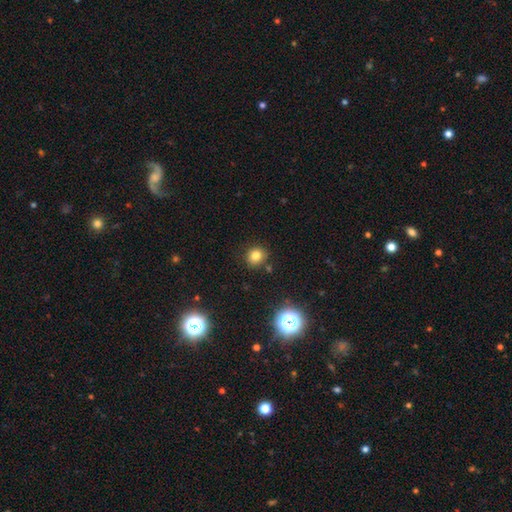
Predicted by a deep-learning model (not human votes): A smooth galaxy with no disk features (79%) that is round (84%).

Vote fractions:
- Smooth or featured? smooth: 79% / star or artifact: 14% / featured or disk: 6%
- How rounded? round: 84% / in between: 15% / cigar-shaped: 1%
- Merging? none: 86% / minor disturbance: 8% / merger: 3% / major disturbance: 2%